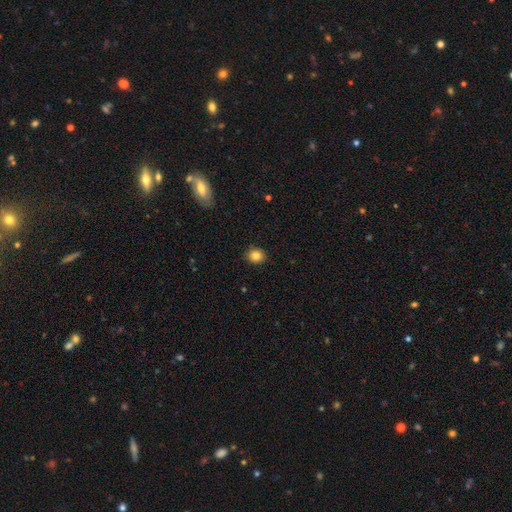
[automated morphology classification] This appears to be a smooth galaxy with no disk features (84%) that is round (80%). Merging: none (91%).